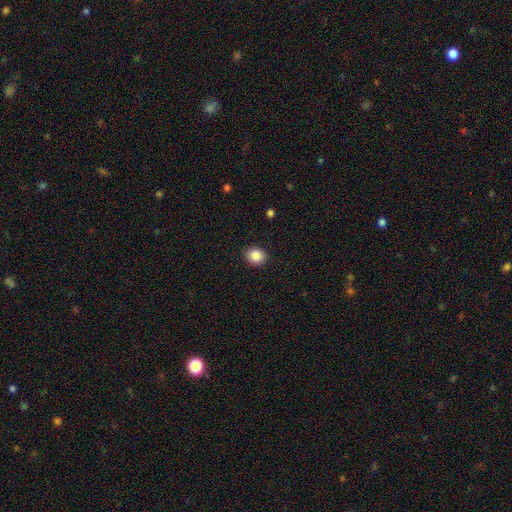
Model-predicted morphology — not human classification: smooth-or-featured: smooth: 87% | star or artifact: 9% | featured or disk: 4%
  how-rounded: round: 72% | in between: 28% | cigar-shaped: 1%
  merging: none: 91% | minor disturbance: 6% | major disturbance: 2% | merger: 1%